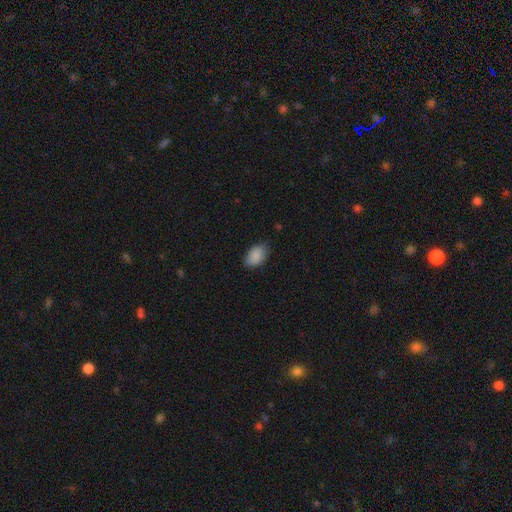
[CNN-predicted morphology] Smooth or featured?
  - smooth: 89% *
  - star or artifact: 7%
  - featured or disk: 5%
How rounded?
  - in between: 89% *
  - round: 10%
  - cigar-shaped: 1%
Merging?
  - none: 77% *
  - minor disturbance: 19%
  - major disturbance: 3%
  - merger: 1%